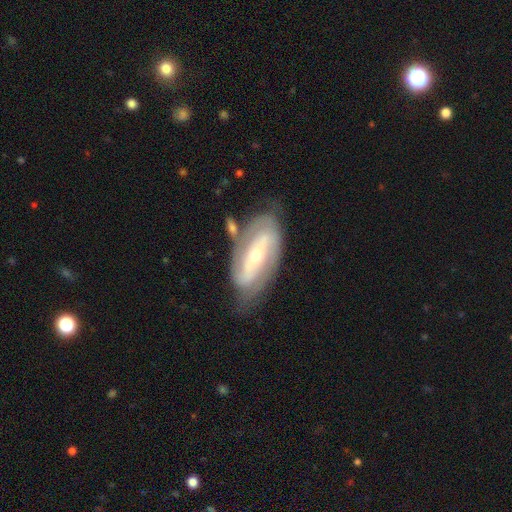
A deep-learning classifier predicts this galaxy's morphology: The model was most divided on "spiral winding": tight: 46%, medium: 36%, loose: 19%. More confident: edge-on disk — no (91%); spiral arms — yes (84%); smooth or featured — featured or disk (80%); spiral arm count — 2 (73%); merging — none (65%); bulge size — small (60%); bar — strong (51%).